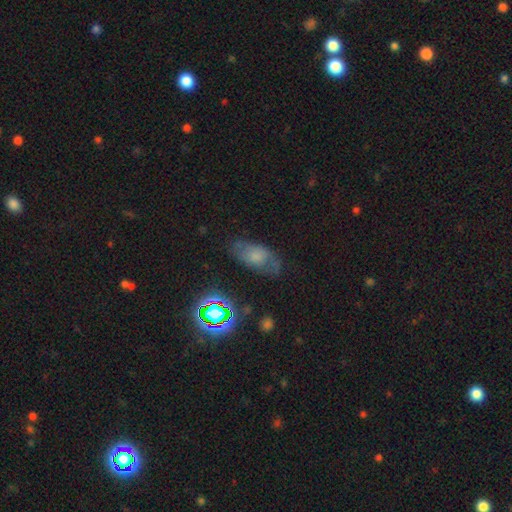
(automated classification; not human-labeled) Overall: smooth (50%; featured or disk 32%). How rounded: in between (86%). Merging: none (62%; minor disturbance 25%).